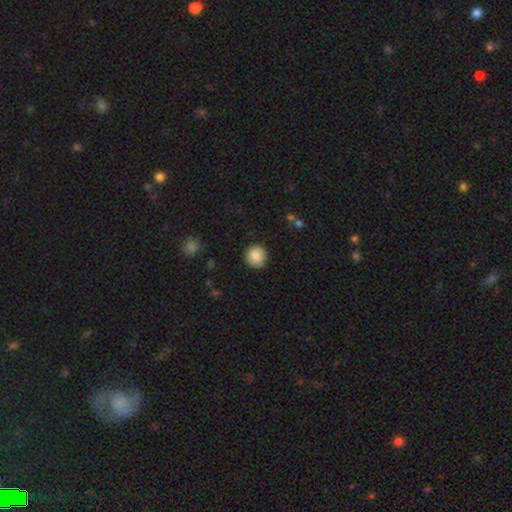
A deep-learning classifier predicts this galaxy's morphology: smooth-or-featured: smooth: 87% | star or artifact: 8% | featured or disk: 6%
  how-rounded: round: 93% | in between: 6% | cigar-shaped: 1%
  merging: none: 88% | minor disturbance: 9% | major disturbance: 2% | merger: 1%